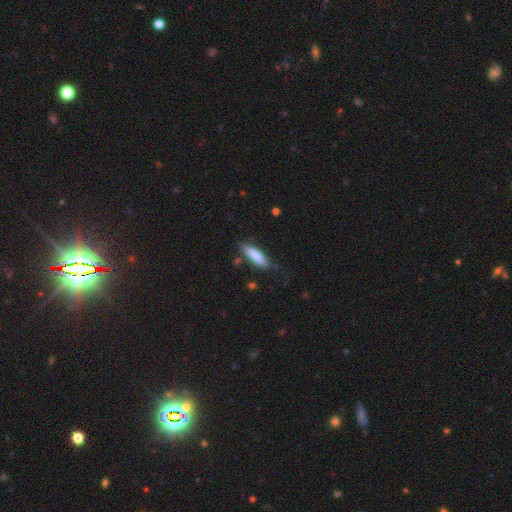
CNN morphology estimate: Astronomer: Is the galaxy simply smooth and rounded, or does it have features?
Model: smooth — 78%.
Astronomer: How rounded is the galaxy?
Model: cigar-shaped — 63%.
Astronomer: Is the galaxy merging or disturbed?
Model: none — 71%.